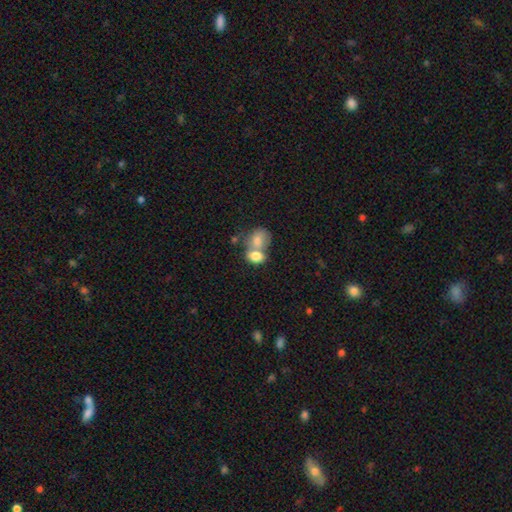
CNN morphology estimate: A smooth galaxy with no disk features (77%) that is in between round and cigar-shaped (70%). Merging: merger (65%).